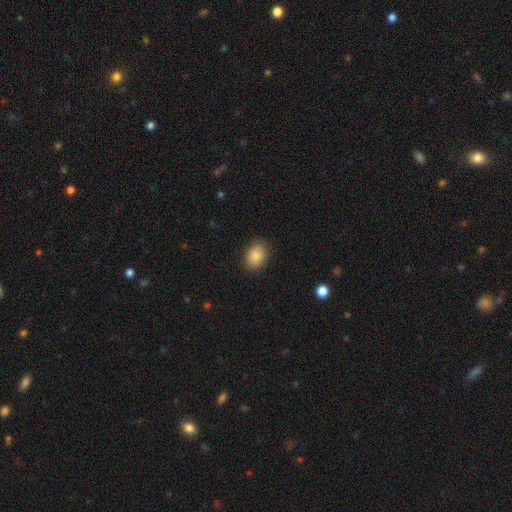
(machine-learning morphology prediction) This is clearly a smooth galaxy (86%). How rounded: likely in between (68%). Merging: clearly none (87%).